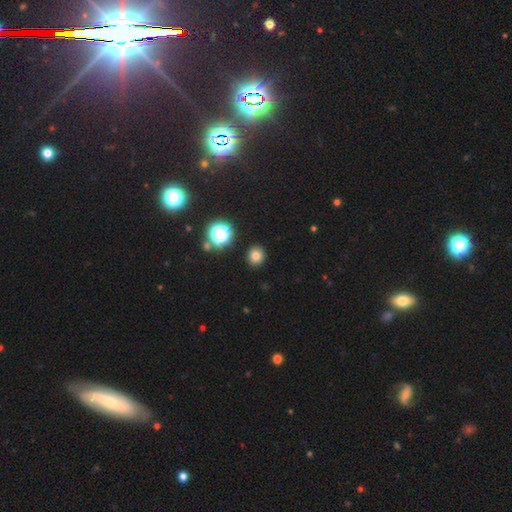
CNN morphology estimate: smooth-or-featured: smooth: 76% | star or artifact: 17% | featured or disk: 7%
  how-rounded: round: 84% | in between: 15% | cigar-shaped: 1%
  merging: none: 91% | minor disturbance: 6% | major disturbance: 2% | merger: 2%